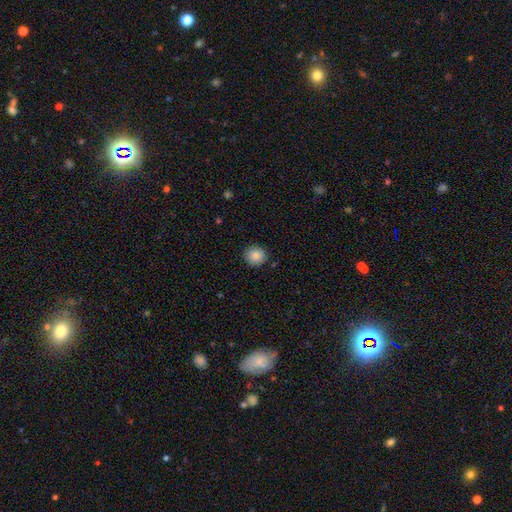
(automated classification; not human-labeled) Overall: smooth (87%). How rounded: round (91%). Merging: none (89%).